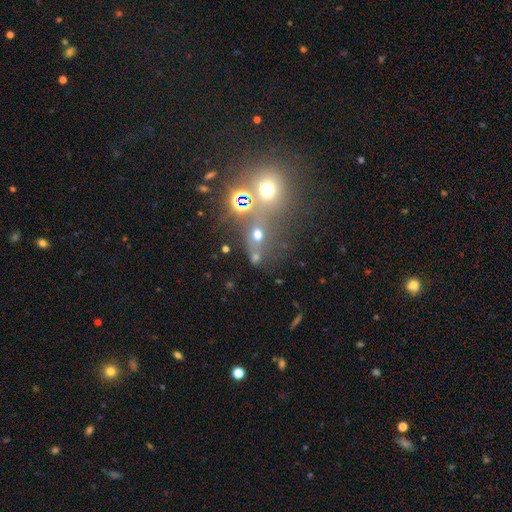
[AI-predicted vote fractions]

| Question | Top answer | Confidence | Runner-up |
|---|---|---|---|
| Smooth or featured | star or artifact | 44% | smooth (40%) |